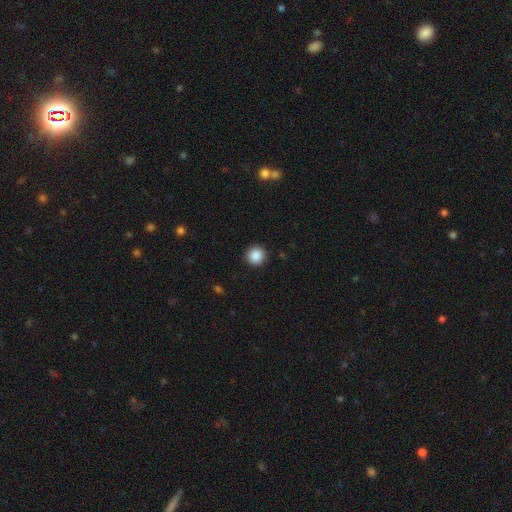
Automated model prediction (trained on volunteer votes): This is clearly a smooth galaxy (88%). How rounded: clearly round (95%). Merging: clearly none (92%).